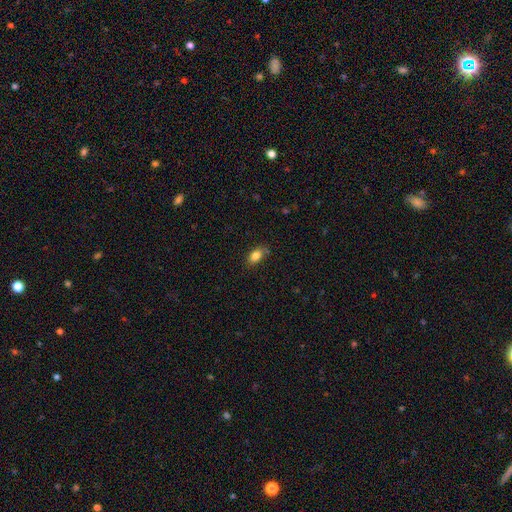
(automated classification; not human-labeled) A smooth galaxy with no disk features (83%) that is in between round and cigar-shaped (86%).

Vote fractions:
- Smooth or featured? smooth: 83% / star or artifact: 9% / featured or disk: 8%
- How rounded? in between: 86% / round: 11% / cigar-shaped: 3%
- Merging? none: 80% / minor disturbance: 16% / major disturbance: 3% / merger: 2%